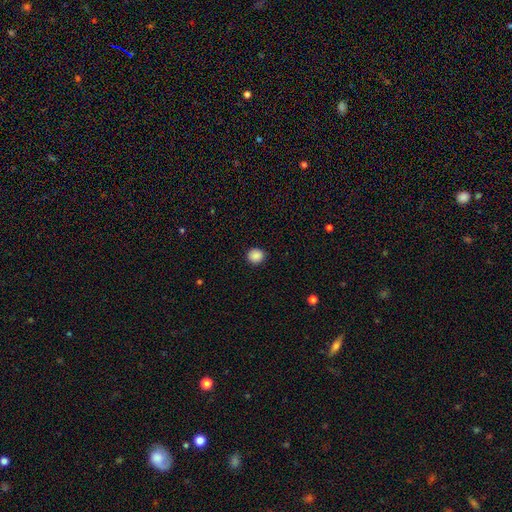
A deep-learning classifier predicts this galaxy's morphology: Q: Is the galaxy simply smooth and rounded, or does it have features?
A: smooth — 89%.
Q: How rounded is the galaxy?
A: round — 84%.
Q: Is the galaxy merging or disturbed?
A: none — 91%.